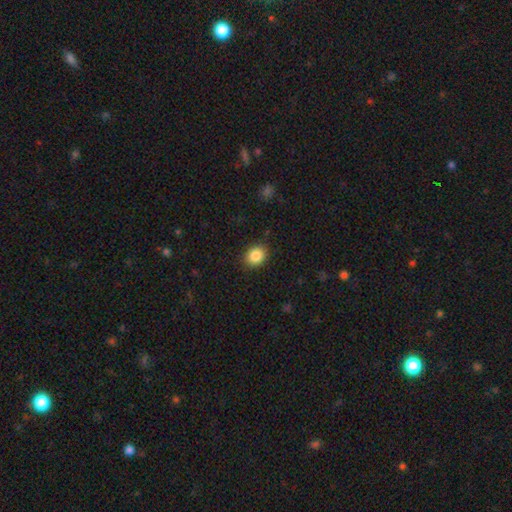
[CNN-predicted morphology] Smooth or featured?
  - smooth: 86% *
  - star or artifact: 9%
  - featured or disk: 5%
How rounded?
  - round: 59% *
  - in between: 41%
  - cigar-shaped: 1%
Merging?
  - none: 87% *
  - minor disturbance: 10%
  - major disturbance: 3%
  - merger: 1%